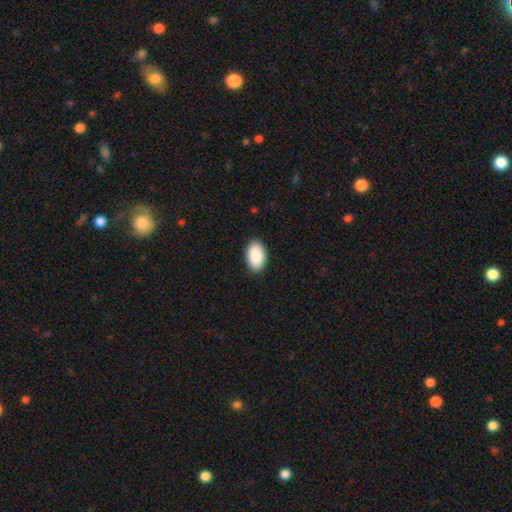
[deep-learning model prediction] Smooth or featured? Predicted: smooth (p=0.91). How rounded? Predicted: in between (p=0.95). Merging? Predicted: none (p=0.90).